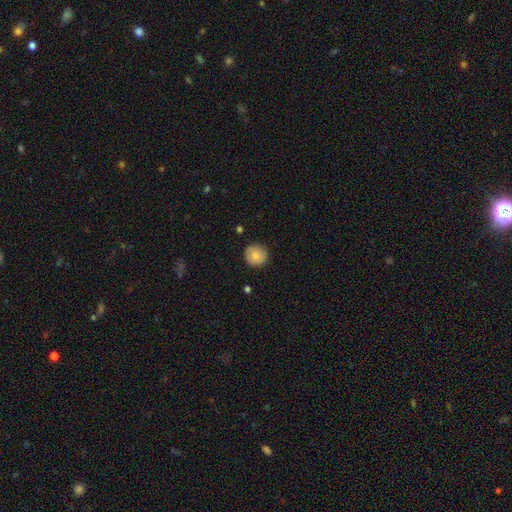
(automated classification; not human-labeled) Q: Smooth or featured?
A: smooth (84%); runner-up: featured or disk (9%)
Q: How rounded?
A: round (93%); runner-up: in between (6%)
Q: Merging?
A: none (87%); runner-up: minor disturbance (10%)